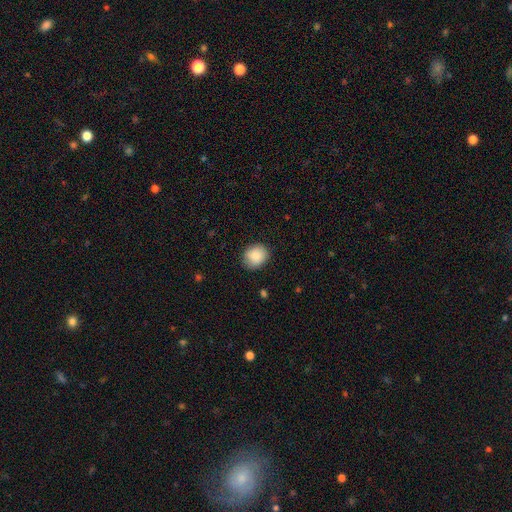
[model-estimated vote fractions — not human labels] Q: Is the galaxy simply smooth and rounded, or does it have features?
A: smooth — 88%.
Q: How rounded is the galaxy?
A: round — 65%.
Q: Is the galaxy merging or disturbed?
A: none — 85%.